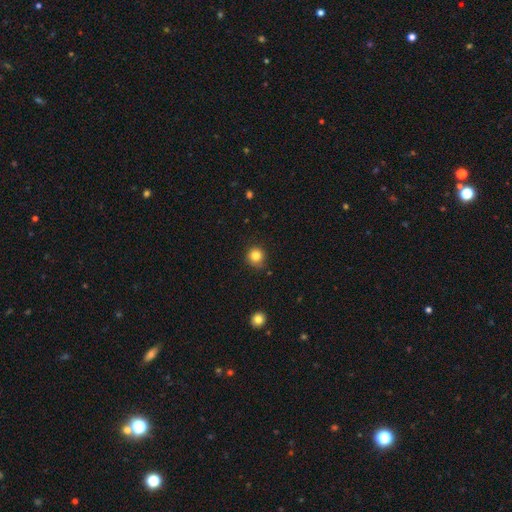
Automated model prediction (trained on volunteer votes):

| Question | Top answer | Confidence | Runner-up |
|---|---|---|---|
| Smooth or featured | smooth | 83% | star or artifact (12%) |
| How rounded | round | 91% | in between (8%) |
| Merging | none | 82% | minor disturbance (14%) |